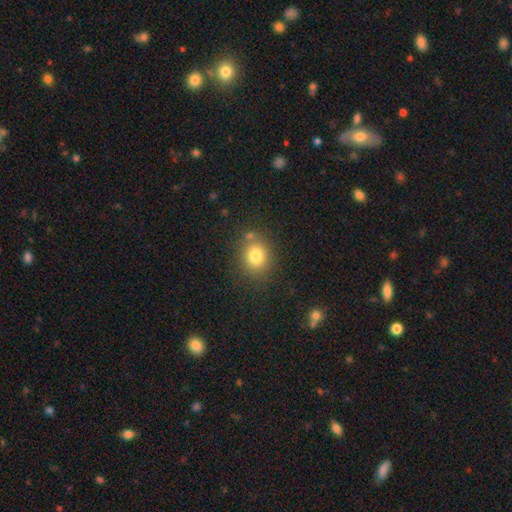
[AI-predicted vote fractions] Smooth or featured? Predicted: smooth (p=0.79). How rounded? Predicted: round (p=0.67). Merging? Predicted: none (p=0.75).